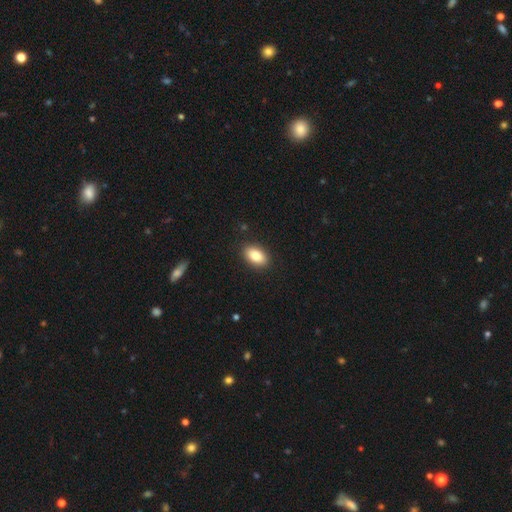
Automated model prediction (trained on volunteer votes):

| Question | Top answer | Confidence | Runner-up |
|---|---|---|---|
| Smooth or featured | smooth | 85% | featured or disk (8%) |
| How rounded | in between | 90% | round (8%) |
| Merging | none | 89% | minor disturbance (8%) |